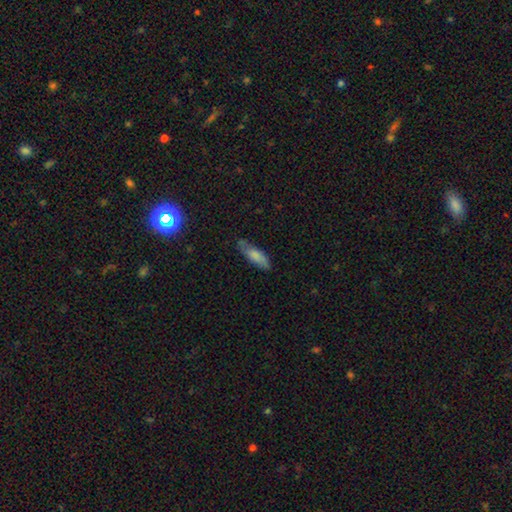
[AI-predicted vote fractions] This appears to be a smooth galaxy with no disk features (76%) that is in between round and cigar-shaped (53%). Merging: none (70%).